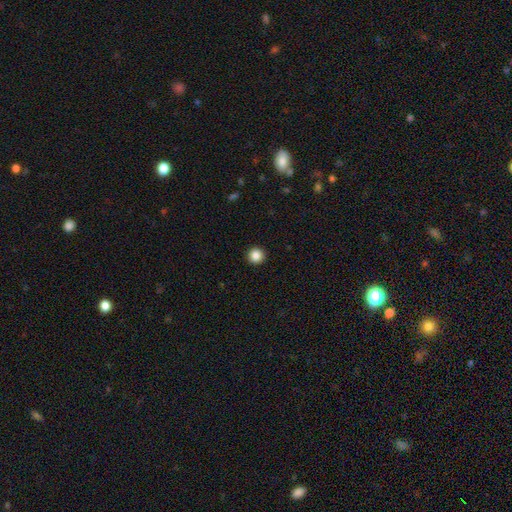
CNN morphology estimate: The model was most divided on "smooth or featured": smooth: 86%, star or artifact: 11%, featured or disk: 4%. More confident: how rounded — round (96%); merging — none (94%).